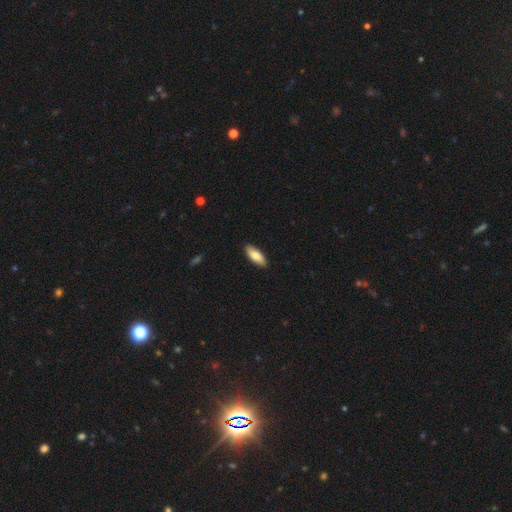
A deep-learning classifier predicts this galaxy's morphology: Overall: smooth (80%). How rounded: in between (74%). Merging: none (89%).